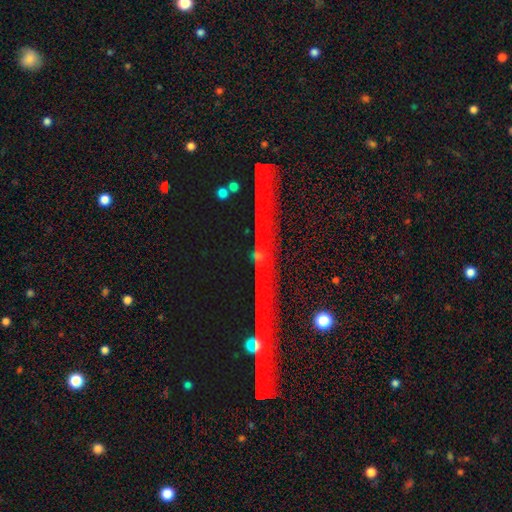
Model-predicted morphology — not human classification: The model was most divided on "smooth or featured": star or artifact: 67%, featured or disk: 20%, smooth: 13%.